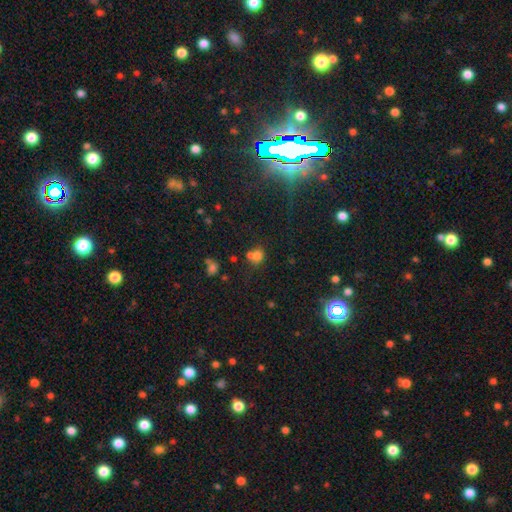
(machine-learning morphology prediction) Smooth or featured?
  - smooth: 70% *
  - star or artifact: 19%
  - featured or disk: 11%
How rounded?
  - round: 75% *
  - in between: 24%
  - cigar-shaped: 1%
Merging?
  - merger: 45% *
  - none: 42%
  - minor disturbance: 9%
  - major disturbance: 5%